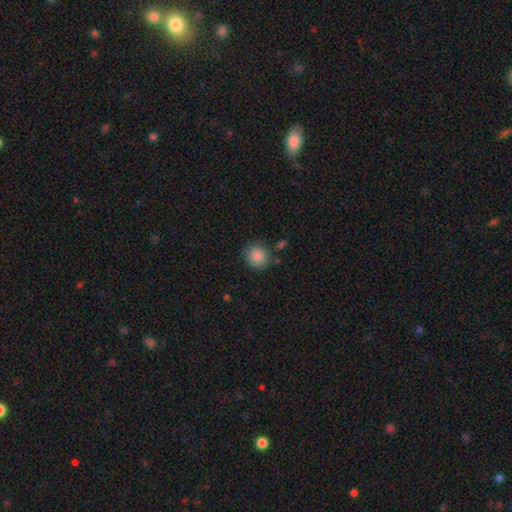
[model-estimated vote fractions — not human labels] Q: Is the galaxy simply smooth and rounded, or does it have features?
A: smooth — 87%.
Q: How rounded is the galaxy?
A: round — 89%.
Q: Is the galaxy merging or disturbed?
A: none — 83%.